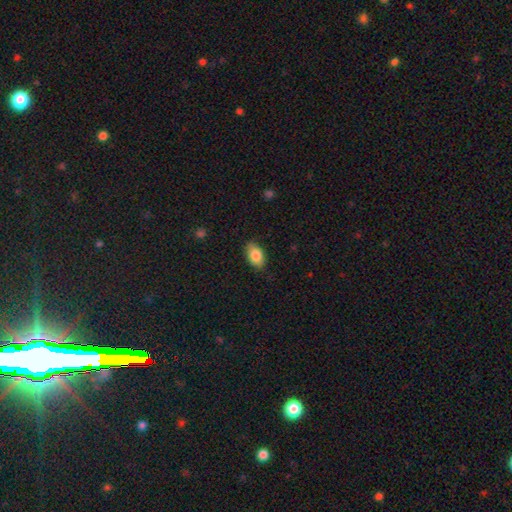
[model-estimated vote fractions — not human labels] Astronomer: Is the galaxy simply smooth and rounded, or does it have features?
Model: smooth — 84%.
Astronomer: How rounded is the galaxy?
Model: in between — 90%.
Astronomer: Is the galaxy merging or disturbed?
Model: none — 83%.